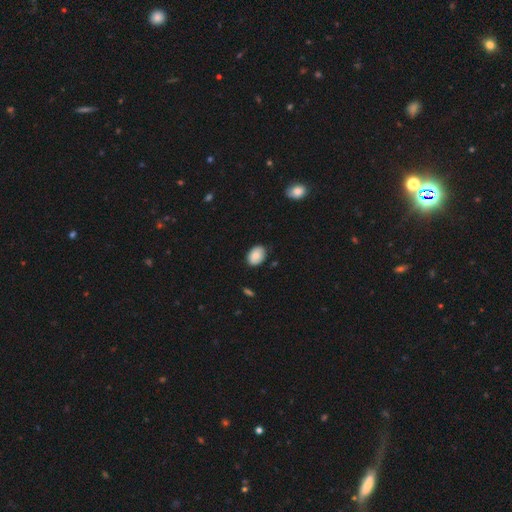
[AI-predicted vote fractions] Morphology: type=smooth (82%); roundness=in between (78%); merging=none (83%).